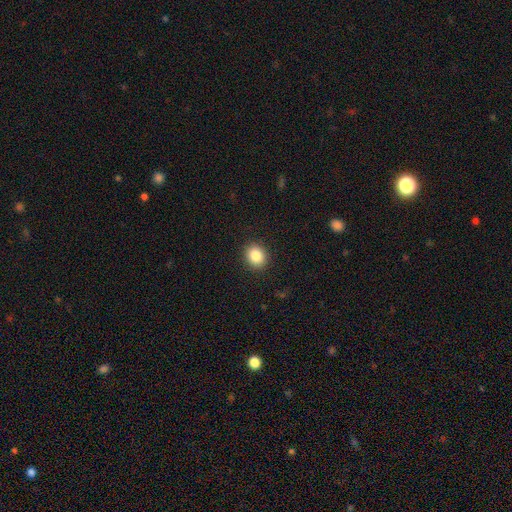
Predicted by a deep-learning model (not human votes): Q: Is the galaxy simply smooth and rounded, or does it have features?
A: smooth — 85%.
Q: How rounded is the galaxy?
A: round — 66%.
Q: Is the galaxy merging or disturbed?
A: none — 90%.